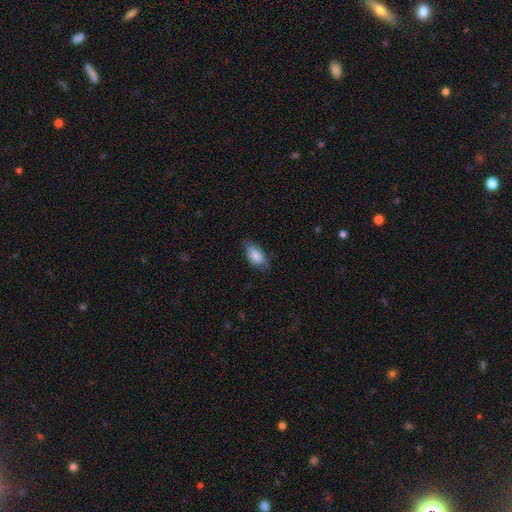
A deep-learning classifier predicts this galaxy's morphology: Smooth or featured? Predicted: smooth (p=0.78). How rounded? Predicted: in between (p=0.91). Merging? Predicted: none (p=0.68).